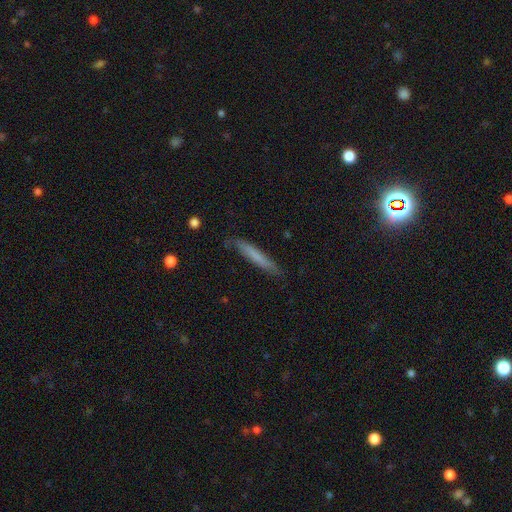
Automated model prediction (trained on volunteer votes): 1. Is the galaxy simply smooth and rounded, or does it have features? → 67% smooth, 27% featured or disk, 6% star or artifact.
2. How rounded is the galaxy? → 95% cigar-shaped, 4% in between, 1% round.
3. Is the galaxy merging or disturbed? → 80% none, 16% minor disturbance, 3% major disturbance, 2% merger.